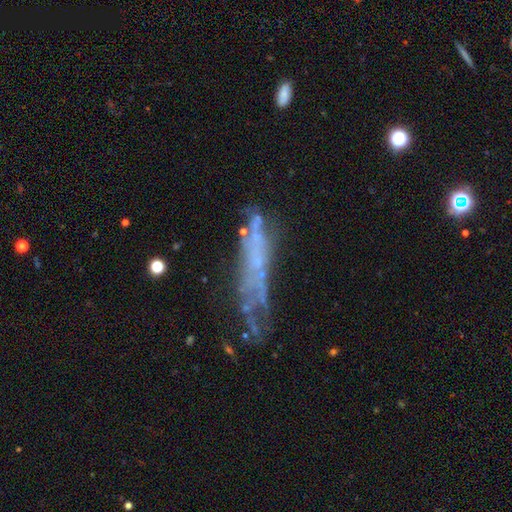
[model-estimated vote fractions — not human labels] Smooth or featured?
  - featured or disk: 56% *
  - smooth: 28%
  - star or artifact: 16%
Edge-on disk?
  - no: 59% *
  - yes: 41%
Merging?
  - none: 46% *
  - minor disturbance: 24%
  - major disturbance: 22%
  - merger: 7%